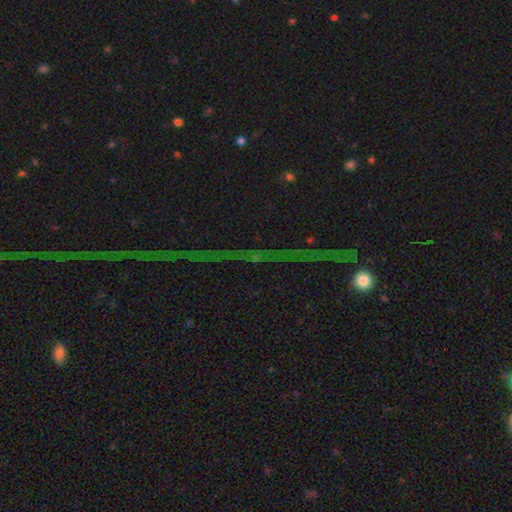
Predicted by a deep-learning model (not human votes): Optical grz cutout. It shows a star or artifact, not a galaxy (80%).